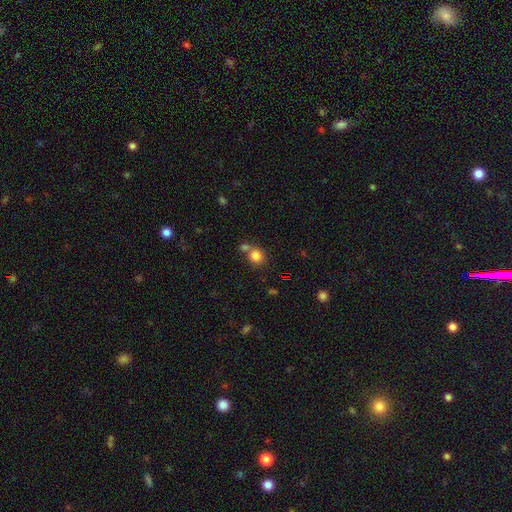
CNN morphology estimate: This is clearly a smooth galaxy (82%). How rounded: clearly round (82%). Merging: possibly none (59%).